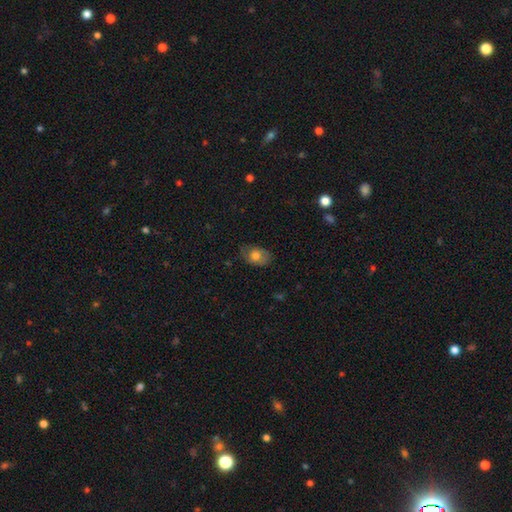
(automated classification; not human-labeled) smooth_or_featured: smooth (p=0.67) [alt: featured or disk p=0.25]
how_rounded: in between (p=0.81) [alt: round p=0.18]
merging: none (p=0.72) [alt: minor disturbance p=0.22]